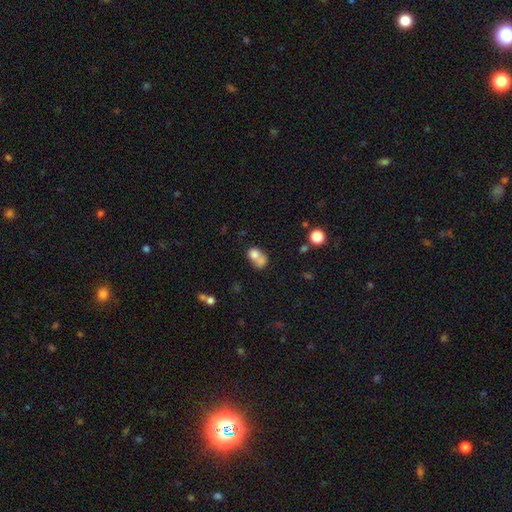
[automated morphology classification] smooth 72%, featured or disk 17%, star or artifact 11%. Down the decision tree: how rounded — in between (51%); merging — merger (62%).